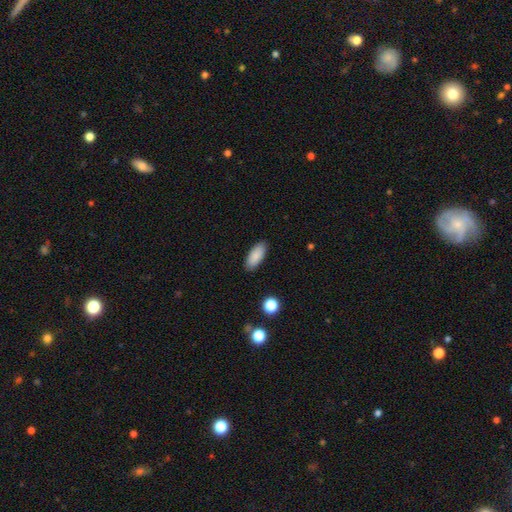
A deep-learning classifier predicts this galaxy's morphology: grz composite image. It shows a smooth galaxy with no disk features (88%) that is in between round and cigar-shaped (85%). Merging: none (89%).